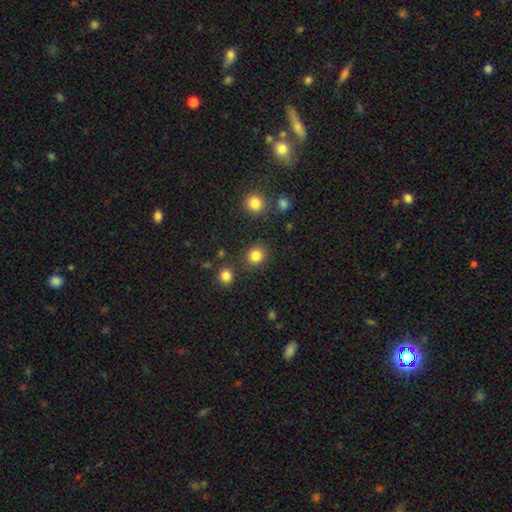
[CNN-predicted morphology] Smooth or featured? smooth (85%)
How rounded? round (86%)
Merging? none (86%)